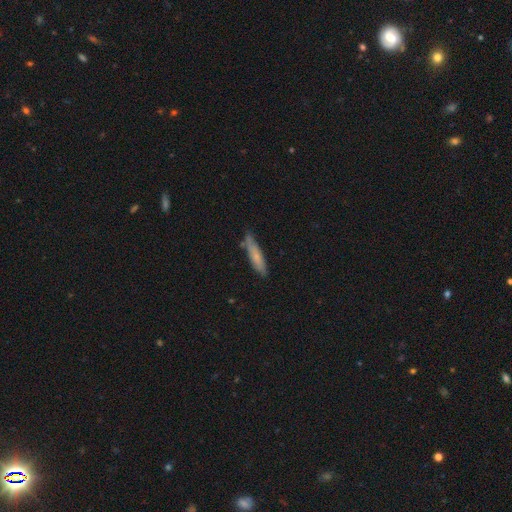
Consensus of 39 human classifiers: Smooth or featured? 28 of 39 (72%) said smooth. How rounded? 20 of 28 (71%) said cigar-shaped. Merging? 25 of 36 (69%) said none.